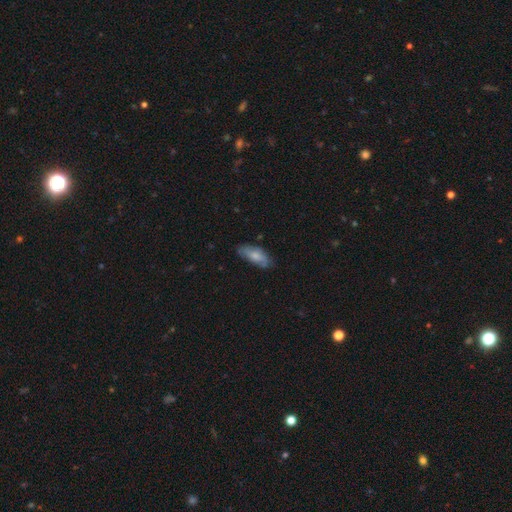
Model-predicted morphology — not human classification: type=smooth (63%); roundness=in between (80%); merging=none (67%).